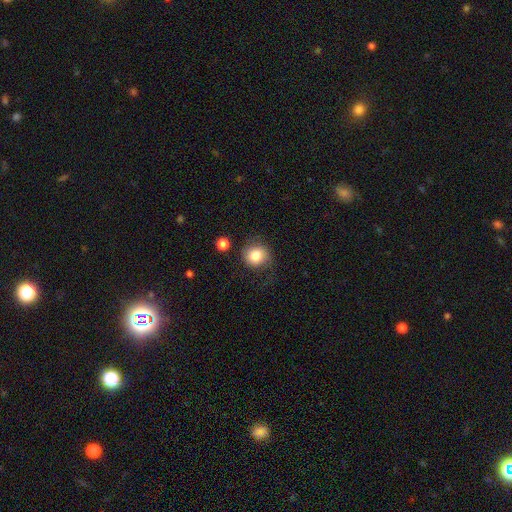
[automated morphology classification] Q: Smooth or featured?
A: smooth (80%); runner-up: star or artifact (10%)
Q: How rounded?
A: round (87%); runner-up: in between (12%)
Q: Merging?
A: none (70%); runner-up: minor disturbance (18%)